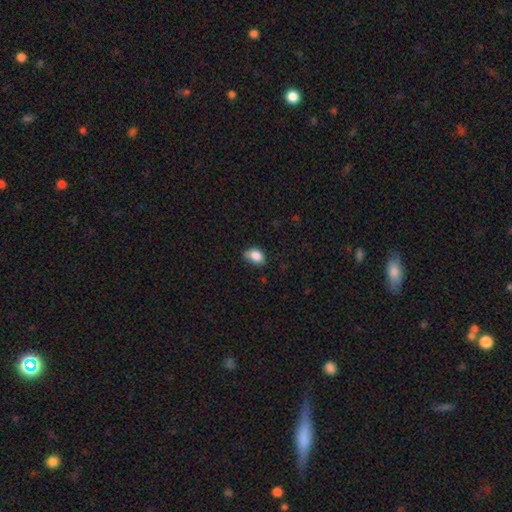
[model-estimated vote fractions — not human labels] smooth-or-featured: smooth: 85% | star or artifact: 9% | featured or disk: 6%
  how-rounded: in between: 70% | round: 29% | cigar-shaped: 1%
  merging: none: 53% | minor disturbance: 37% | major disturbance: 7% | merger: 3%